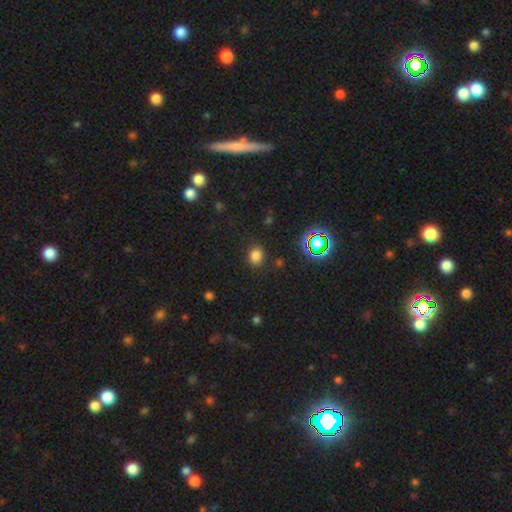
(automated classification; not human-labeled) This appears to be a smooth galaxy with no disk features (76%) that is round (61%). Merging: none (85%).